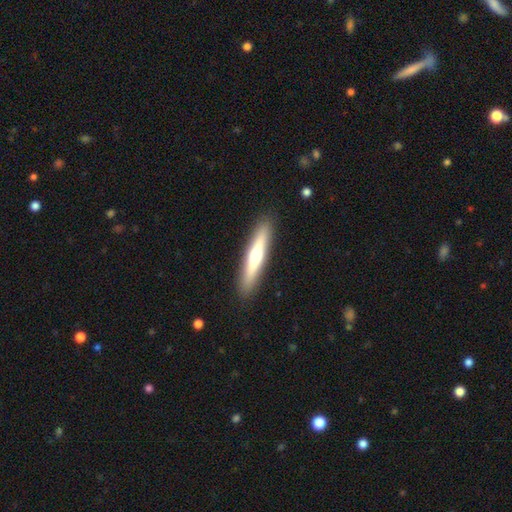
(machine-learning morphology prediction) Overall: featured or disk (48%; smooth 46%). Merging: none (91%).